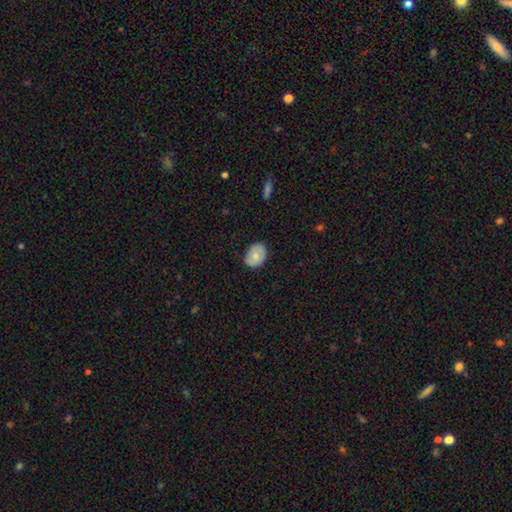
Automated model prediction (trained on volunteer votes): Smooth or featured? smooth (77%)
How rounded? in between (70%)
Merging? none (78%)